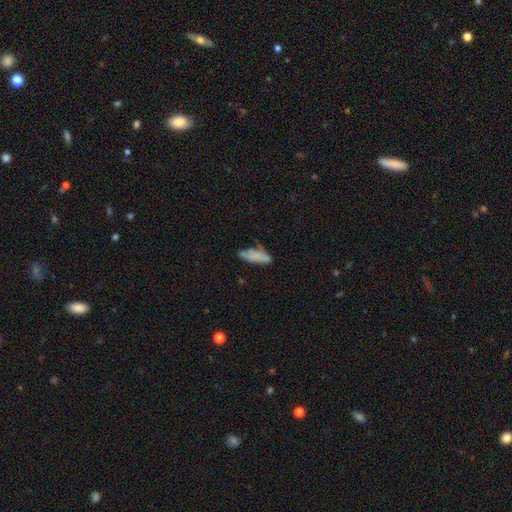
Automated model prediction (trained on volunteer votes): smooth 72%, featured or disk 19%, star or artifact 9%. Down the decision tree: how rounded — in between (58%); merging — none (49%).